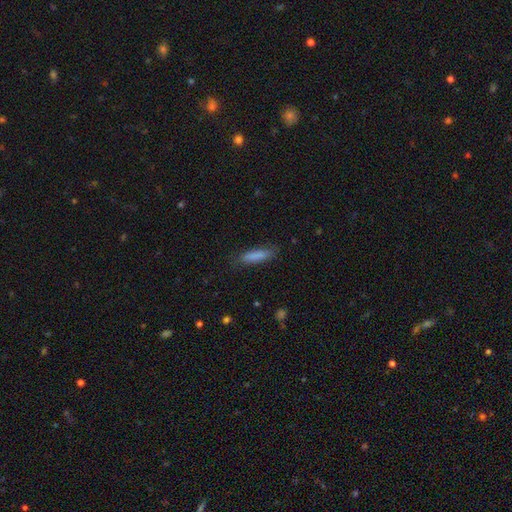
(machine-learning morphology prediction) Q: Smooth or featured?
A: smooth (84%); runner-up: featured or disk (10%)
Q: How rounded?
A: cigar-shaped (76%); runner-up: in between (23%)
Q: Merging?
A: none (83%); runner-up: minor disturbance (13%)